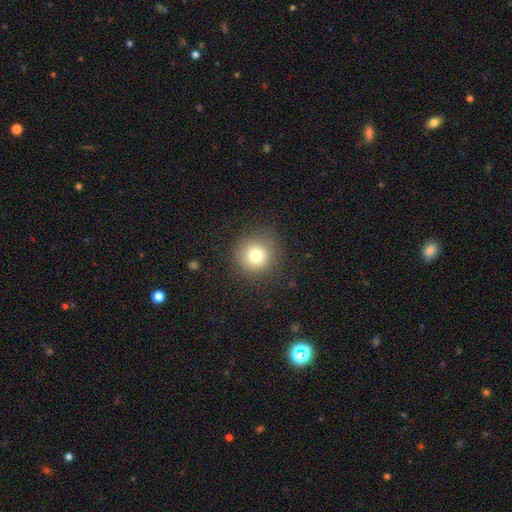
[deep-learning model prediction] A smooth galaxy with no disk features (78%) that is round (94%).

Vote fractions:
- Smooth or featured? smooth: 78% / star or artifact: 13% / featured or disk: 9%
- How rounded? round: 94% / in between: 6% / cigar-shaped: 1%
- Merging? none: 87% / minor disturbance: 9% / major disturbance: 4% / merger: 1%